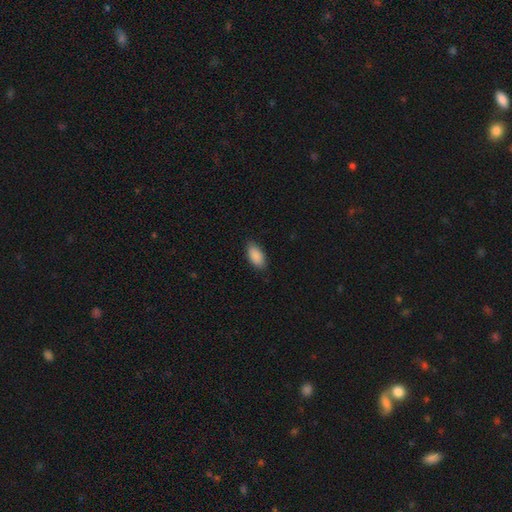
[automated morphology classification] smooth_or_featured: smooth (p=0.90) [alt: star or artifact p=0.06]
how_rounded: in between (p=0.93) [alt: cigar-shaped p=0.05]
merging: none (p=0.85) [alt: minor disturbance p=0.11]